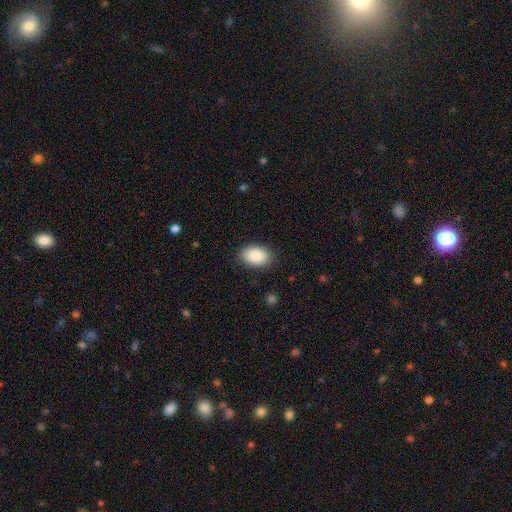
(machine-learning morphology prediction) Smooth or featured: smooth — 89% (star or artifact — 6%)
How rounded: in between — 89% (round — 10%)
Merging: none — 85% (minor disturbance — 11%)